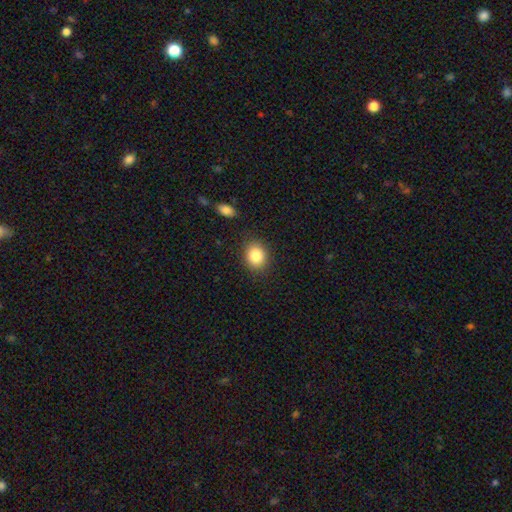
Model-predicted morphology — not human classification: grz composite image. It shows a smooth galaxy with no disk features (85%) that is round (62%). Merging: none (86%).